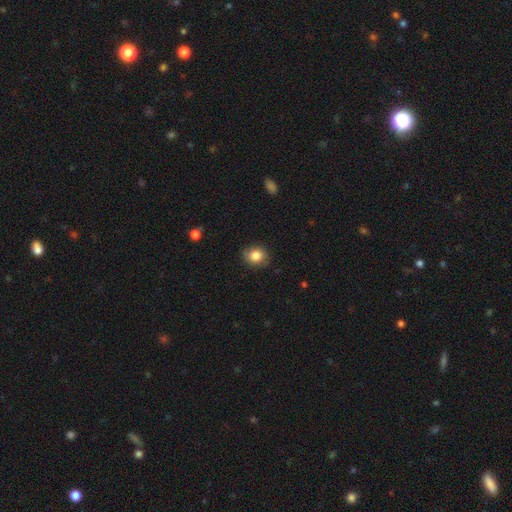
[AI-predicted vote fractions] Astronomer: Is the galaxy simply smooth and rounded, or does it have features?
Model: smooth — 84%.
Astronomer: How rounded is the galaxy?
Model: round — 67%.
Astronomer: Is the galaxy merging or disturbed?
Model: none — 84%.